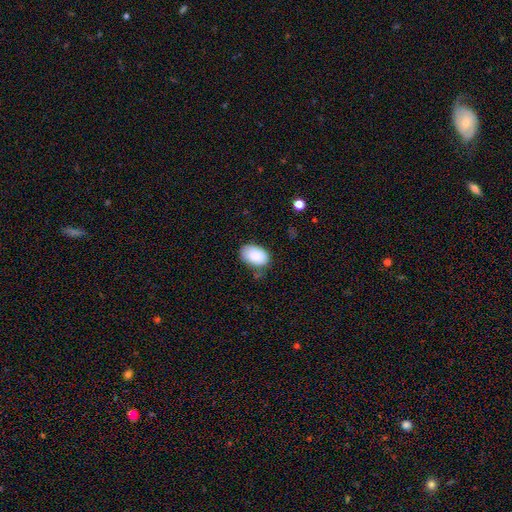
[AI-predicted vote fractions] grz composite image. It shows a smooth galaxy with no disk features (87%) that is in between round and cigar-shaped (89%). Merging: none (67%).